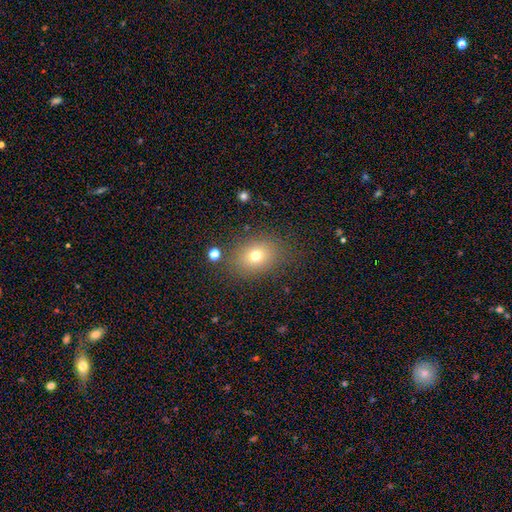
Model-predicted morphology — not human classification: Smooth or featured?
  - smooth: 72% *
  - star or artifact: 15%
  - featured or disk: 13%
How rounded?
  - in between: 54% *
  - round: 45%
  - cigar-shaped: 1%
Merging?
  - none: 81% *
  - minor disturbance: 12%
  - major disturbance: 5%
  - merger: 2%